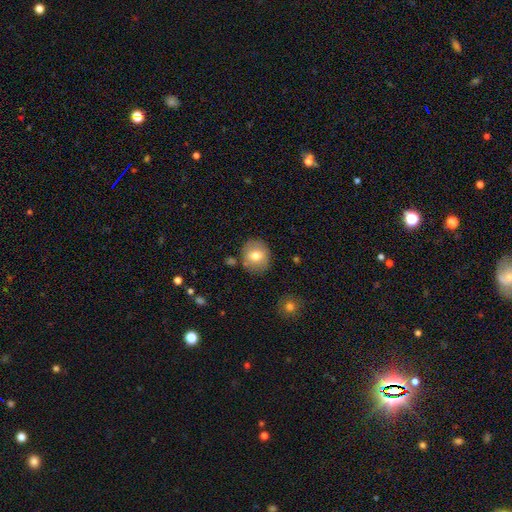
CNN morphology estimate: Q: Smooth or featured?
A: smooth (73%); runner-up: featured or disk (18%)
Q: How rounded?
A: round (74%); runner-up: in between (25%)
Q: Merging?
A: none (81%); runner-up: minor disturbance (12%)